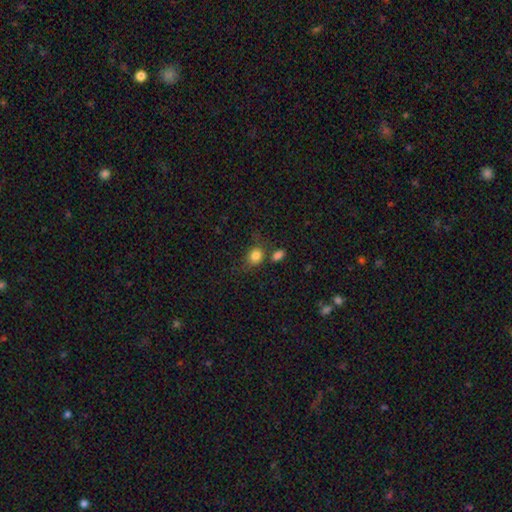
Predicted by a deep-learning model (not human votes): Smooth or featured: smooth — 82% (star or artifact — 11%)
How rounded: round — 57% (in between — 41%)
Merging: none — 55% (minor disturbance — 19%)